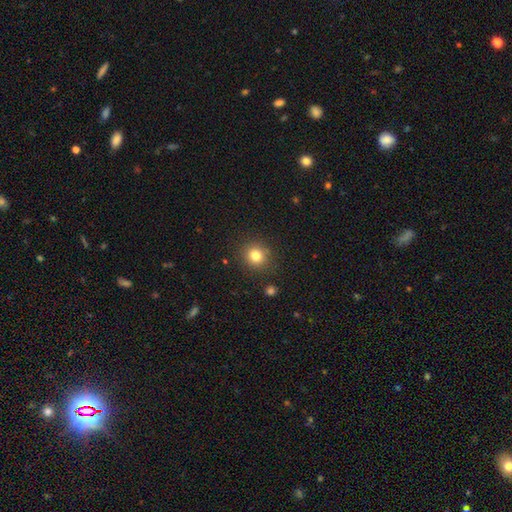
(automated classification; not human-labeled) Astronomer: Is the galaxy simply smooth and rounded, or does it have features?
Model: smooth — 81%.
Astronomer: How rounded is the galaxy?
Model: round — 89%.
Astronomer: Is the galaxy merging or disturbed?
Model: none — 88%.